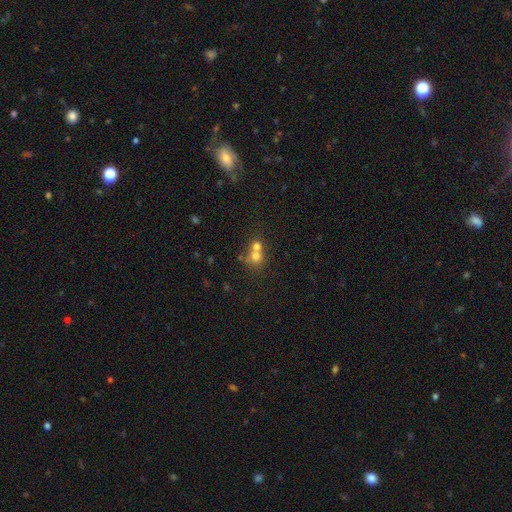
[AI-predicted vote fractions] Q: Smooth or featured?
A: smooth (69%); runner-up: featured or disk (16%)
Q: How rounded?
A: round (79%); runner-up: in between (20%)
Q: Merging?
A: merger (61%); runner-up: none (30%)